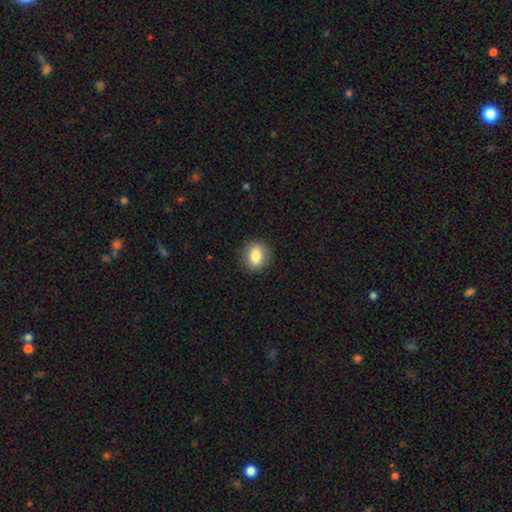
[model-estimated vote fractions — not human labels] smooth_or_featured: smooth (p=0.83) [alt: star or artifact p=0.09]
how_rounded: round (p=0.62) [alt: in between p=0.37]
merging: none (p=0.88) [alt: minor disturbance p=0.08]